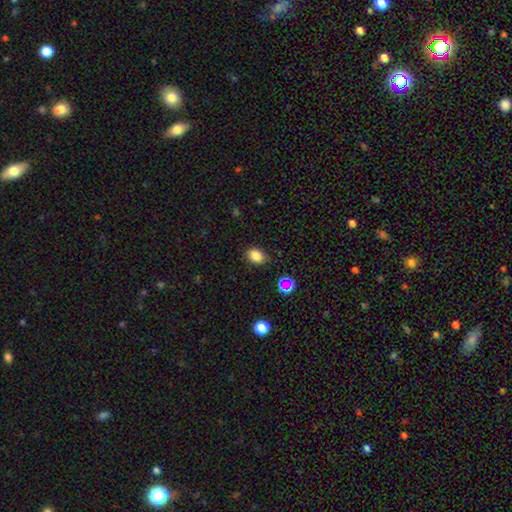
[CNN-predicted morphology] The model was most divided on "how rounded": in between: 62%, round: 37%, cigar-shaped: 1%. More confident: smooth or featured — smooth (84%); merging — none (82%).